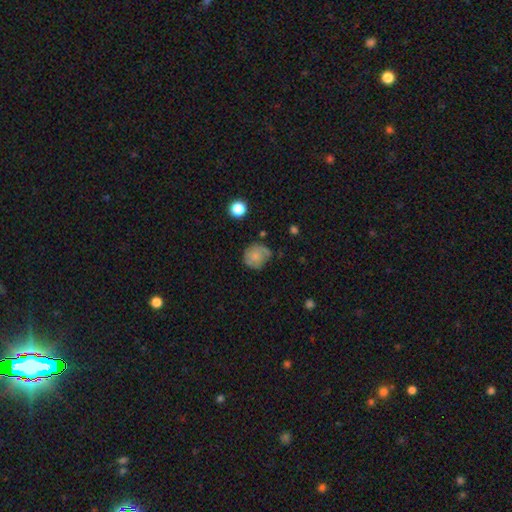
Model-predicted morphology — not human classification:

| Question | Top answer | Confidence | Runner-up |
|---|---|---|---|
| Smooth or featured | smooth | 51% | featured or disk (41%) |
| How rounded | round | 79% | in between (20%) |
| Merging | none | 58% | minor disturbance (28%) |